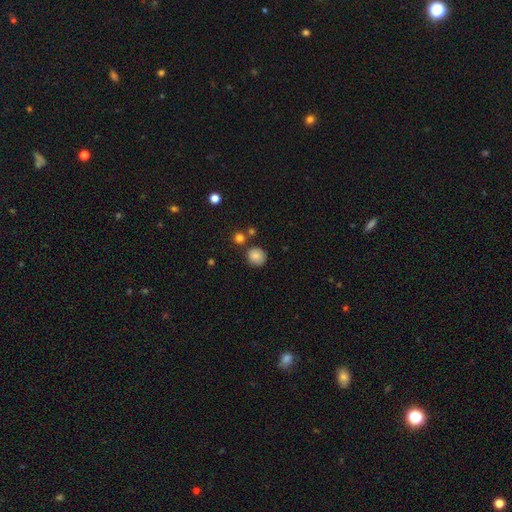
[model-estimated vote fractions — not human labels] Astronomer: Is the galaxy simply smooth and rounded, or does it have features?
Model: smooth — 83%.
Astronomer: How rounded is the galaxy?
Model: round — 88%.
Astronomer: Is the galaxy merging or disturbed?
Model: none — 80%.